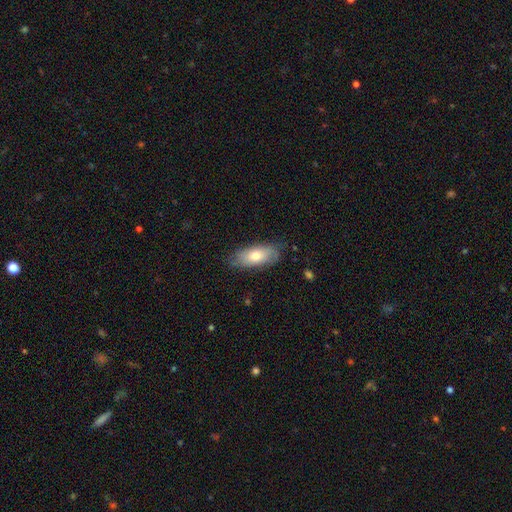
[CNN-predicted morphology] The model was most divided on "smooth or featured": smooth: 68%, featured or disk: 26%, star or artifact: 6%. More confident: how rounded — in between (85%); merging — none (74%).